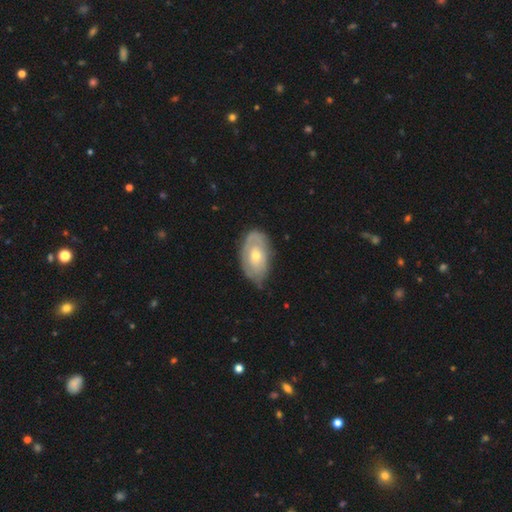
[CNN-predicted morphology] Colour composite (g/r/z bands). It shows a featured or disk galaxy (60%) with no bar (83%), spiral arms (58%) and a moderate central bulge (53%). Merging: none (66%).